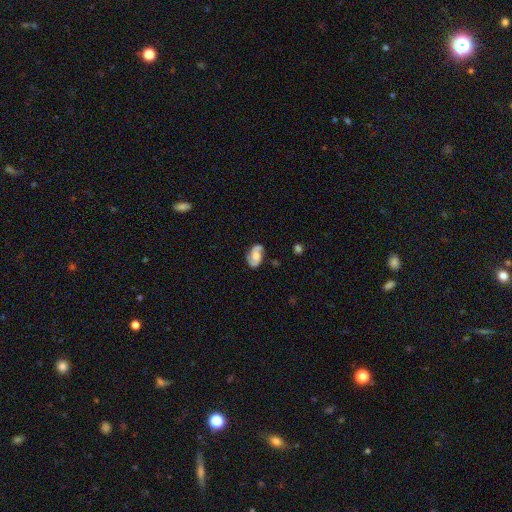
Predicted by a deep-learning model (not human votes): Smooth or featured: featured or disk — 71% (smooth — 22%)
Edge-on disk: no — 97% (yes — 3%)
Bar: no — 58% (weak — 34%)
Spiral arms: yes — 94% (no — 6%)
Spiral winding: medium — 46% (tight — 28%)
Spiral arm count: 2 — 88% (can't tell — 5%)
Bulge size: moderate — 33% (large — 23%)
Merging: none — 74% (minor disturbance — 18%)